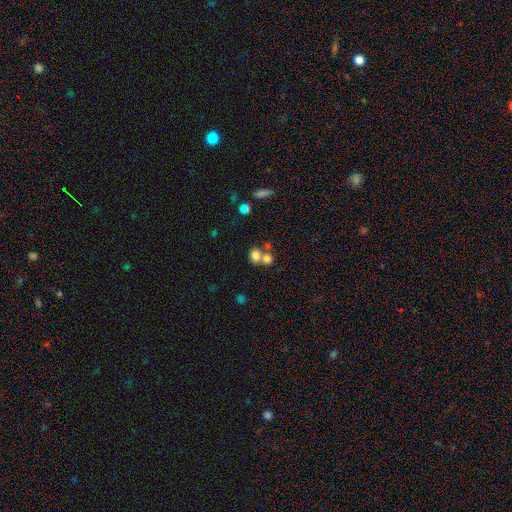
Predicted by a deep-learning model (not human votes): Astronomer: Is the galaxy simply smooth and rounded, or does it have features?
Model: smooth — 76%.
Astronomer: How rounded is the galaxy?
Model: round — 68%.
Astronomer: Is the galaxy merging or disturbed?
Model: merger — 48% (runner-up: none, 40%).